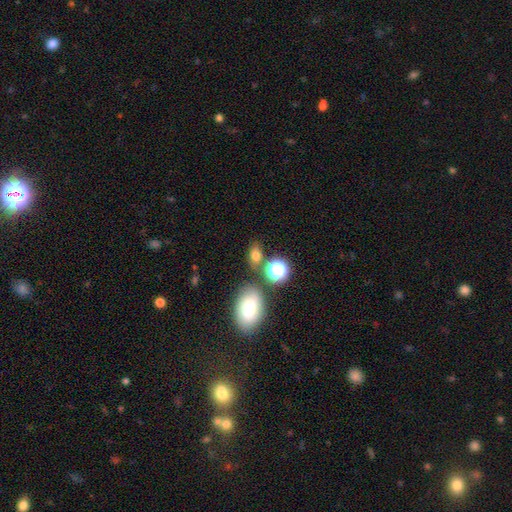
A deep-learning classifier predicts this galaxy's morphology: Smooth or featured: smooth — 73% (star or artifact — 17%)
How rounded: in between — 69% (round — 28%)
Merging: none — 69% (minor disturbance — 14%)